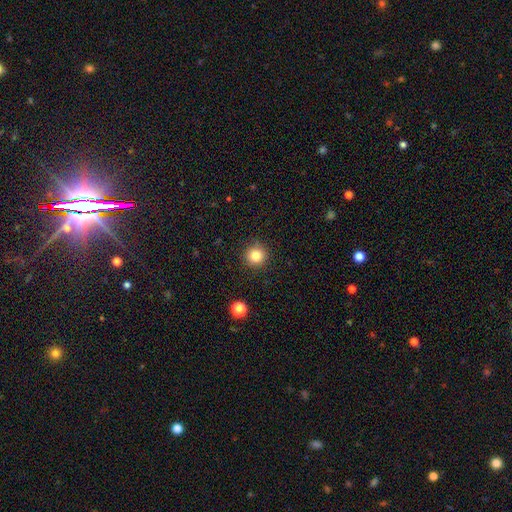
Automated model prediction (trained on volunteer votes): smooth 82%, star or artifact 12%, featured or disk 6%. Down the decision tree: how rounded — round (95%); merging — none (88%).